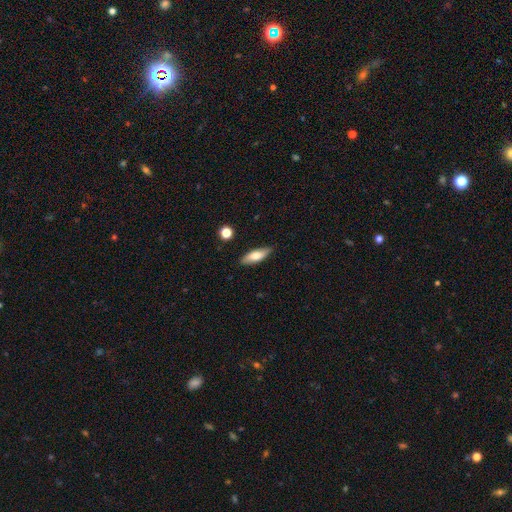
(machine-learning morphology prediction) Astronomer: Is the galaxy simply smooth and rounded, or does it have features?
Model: smooth — 69%.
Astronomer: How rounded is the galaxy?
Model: in between — 60% (runner-up: cigar-shaped, 37%).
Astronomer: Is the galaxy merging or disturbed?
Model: none — 85%.